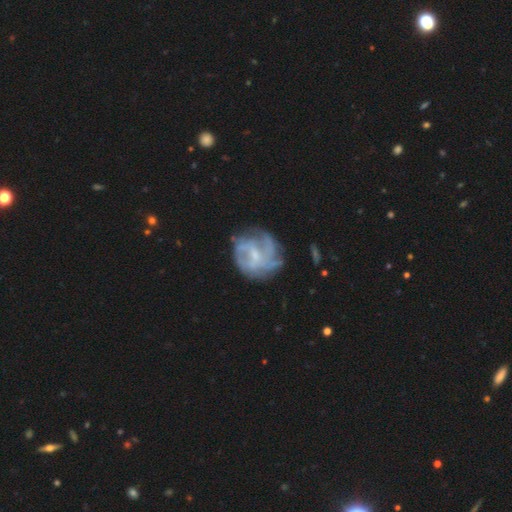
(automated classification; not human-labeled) featured or disk 73%, smooth 19%, star or artifact 8%. Down the decision tree: edge-on disk — no (98%); bar — weak (48%); spiral arms — yes (77%); spiral arm count — can't tell (45%); spiral winding — tight (41%); bulge size — small (53%); merging — none (61%).